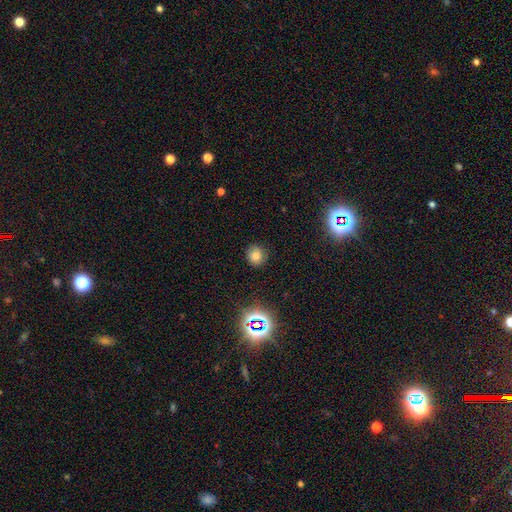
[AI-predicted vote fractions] A smooth galaxy with no disk features (75%) that is round (85%).

Vote fractions:
- Smooth or featured? smooth: 75% / star or artifact: 18% / featured or disk: 7%
- How rounded? round: 85% / in between: 14% / cigar-shaped: 1%
- Merging? none: 86% / minor disturbance: 10% / major disturbance: 3% / merger: 1%